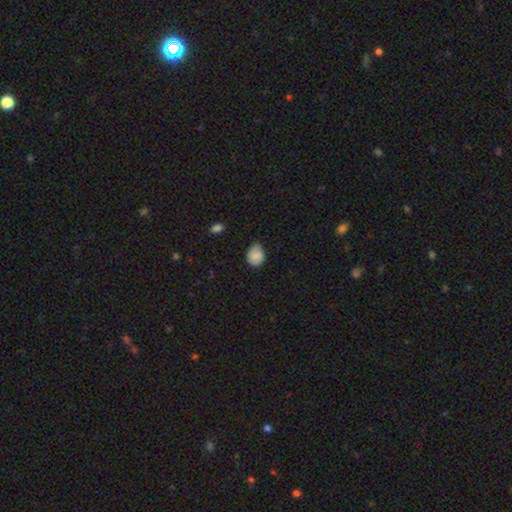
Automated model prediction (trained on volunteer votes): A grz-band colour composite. It shows a smooth galaxy with no disk features (85%) that is in between round and cigar-shaped (56%). Merging: none (60%).